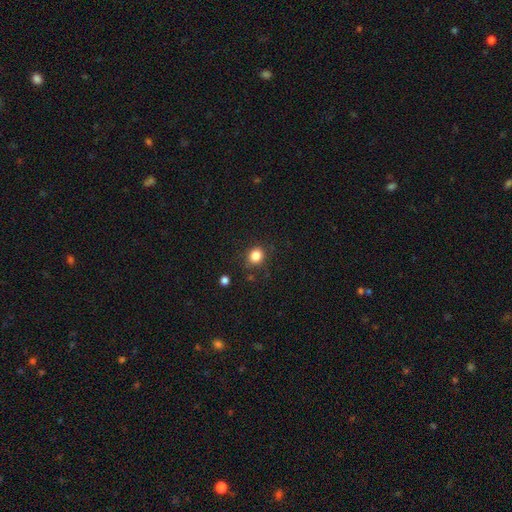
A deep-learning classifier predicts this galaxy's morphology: This is clearly a smooth galaxy (84%). How rounded: likely round (72%). Merging: clearly none (84%).